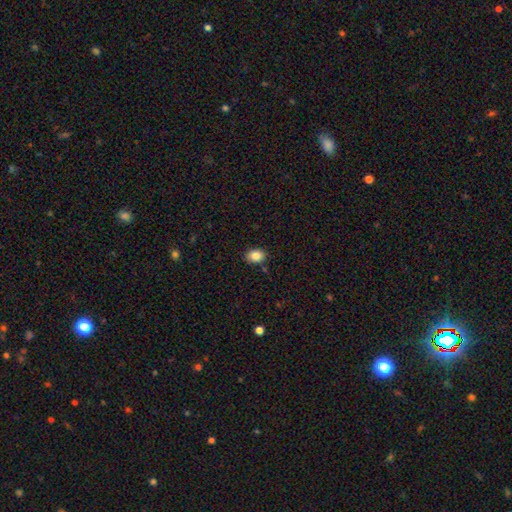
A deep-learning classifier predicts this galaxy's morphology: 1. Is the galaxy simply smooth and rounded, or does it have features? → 85% smooth, 9% star or artifact, 6% featured or disk.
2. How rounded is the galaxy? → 69% in between, 30% round, 1% cigar-shaped.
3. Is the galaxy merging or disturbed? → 85% none, 10% minor disturbance, 3% merger, 2% major disturbance.